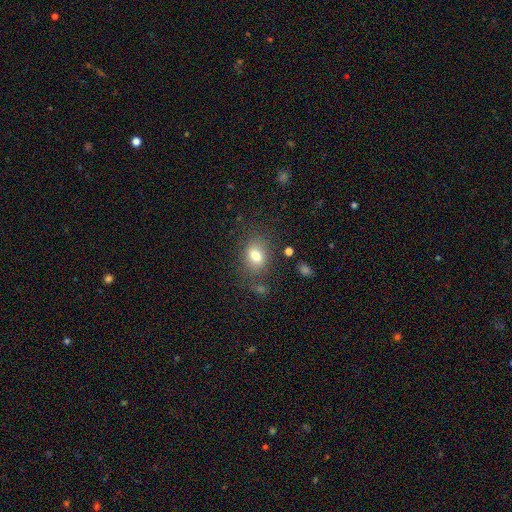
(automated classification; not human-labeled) Smooth or featured?
  - smooth: 78% *
  - featured or disk: 11%
  - star or artifact: 11%
How rounded?
  - in between: 63% *
  - round: 36%
  - cigar-shaped: 1%
Merging?
  - none: 77% *
  - minor disturbance: 14%
  - major disturbance: 5%
  - merger: 4%